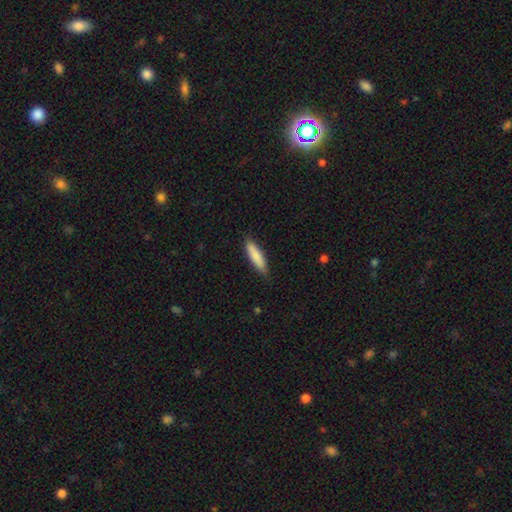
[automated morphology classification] Smooth or featured: smooth — 83% (featured or disk — 12%)
How rounded: cigar-shaped — 68% (in between — 30%)
Merging: none — 84% (minor disturbance — 13%)